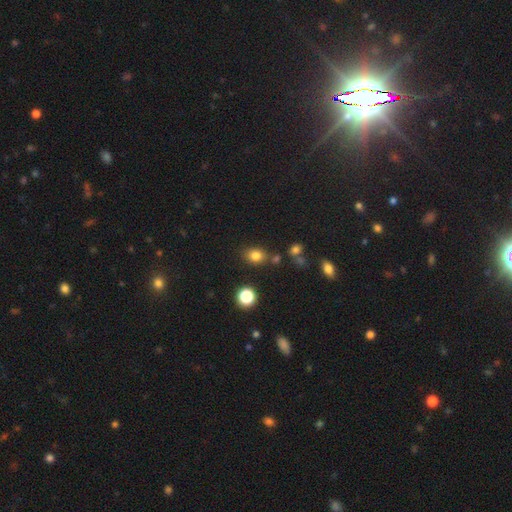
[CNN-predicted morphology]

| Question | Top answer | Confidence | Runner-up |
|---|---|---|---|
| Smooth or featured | smooth | 80% | star or artifact (14%) |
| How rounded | in between | 51% | round (48%) |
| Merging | none | 76% | minor disturbance (13%) |